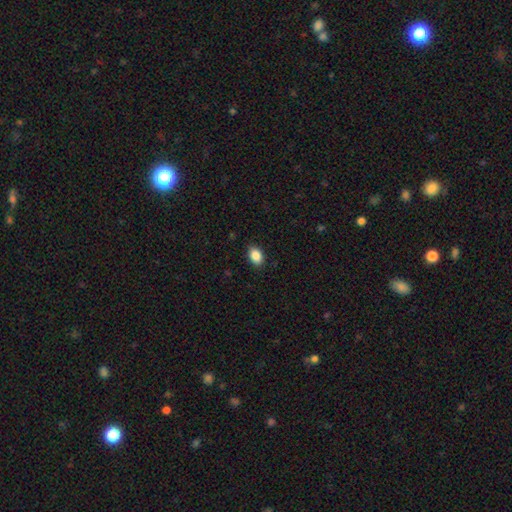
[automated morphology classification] Q: Smooth or featured?
A: smooth (88%); runner-up: star or artifact (8%)
Q: How rounded?
A: in between (81%); runner-up: round (18%)
Q: Merging?
A: none (87%); runner-up: minor disturbance (10%)